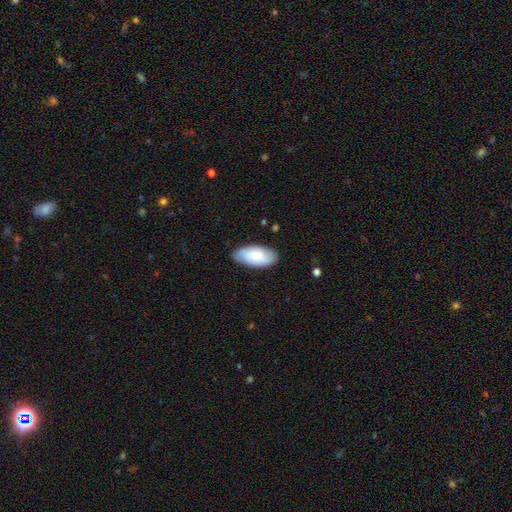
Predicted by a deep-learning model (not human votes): Smooth or featured: smooth — 75% (featured or disk — 19%)
How rounded: in between — 93% (cigar-shaped — 5%)
Merging: none — 79% (minor disturbance — 17%)